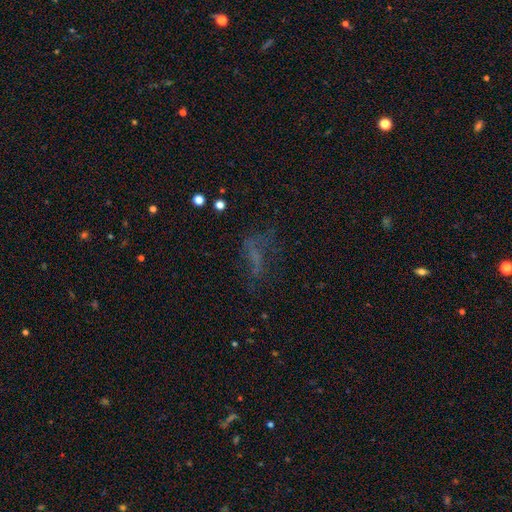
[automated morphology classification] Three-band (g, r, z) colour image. It shows a featured or disk galaxy (36%). Merging: none (45%).